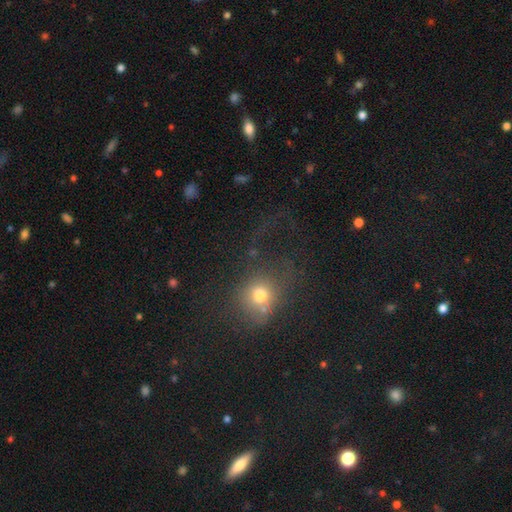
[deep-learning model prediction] Smooth or featured? smooth (50%)
How rounded? round (78%)
Merging? none (57%)